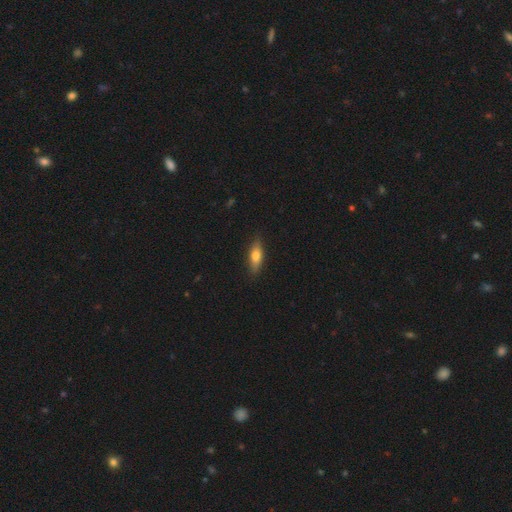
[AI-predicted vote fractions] A smooth galaxy with no disk features (68%) that is in between round and cigar-shaped (61%).

Vote fractions:
- Smooth or featured? smooth: 68% / featured or disk: 26% / star or artifact: 6%
- How rounded? in between: 61% / cigar-shaped: 36% / round: 3%
- Merging? none: 85% / minor disturbance: 12% / major disturbance: 2% / merger: 1%